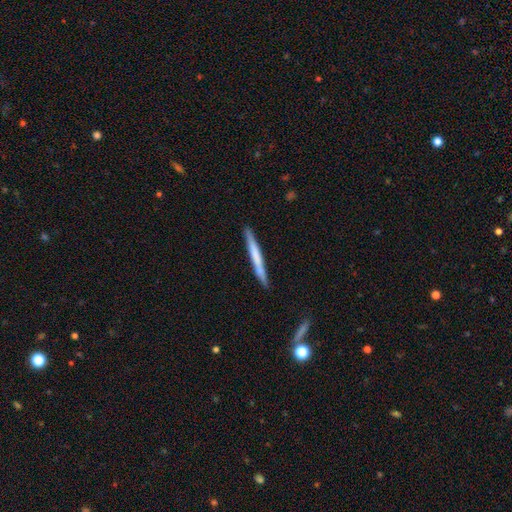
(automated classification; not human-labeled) smooth-or-featured: smooth: 54% | featured or disk: 40% | star or artifact: 5%
  how-rounded: cigar-shaped: 97% | in between: 2% | round: 1%
  merging: none: 87% | minor disturbance: 9% | merger: 2% | major disturbance: 2%